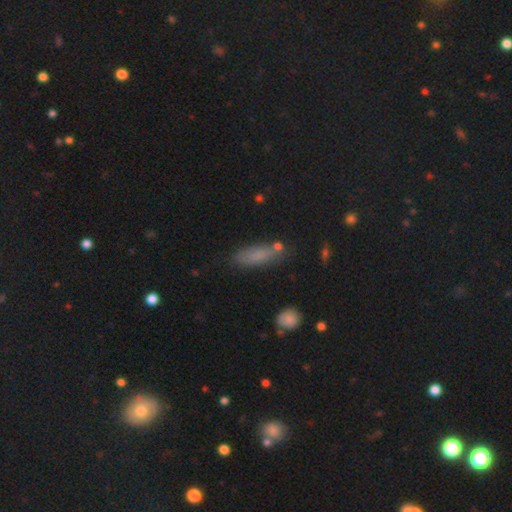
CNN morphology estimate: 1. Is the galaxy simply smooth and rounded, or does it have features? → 79% smooth, 13% featured or disk, 9% star or artifact.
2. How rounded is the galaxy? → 52% in between, 45% cigar-shaped, 3% round.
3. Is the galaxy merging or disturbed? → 65% none, 21% minor disturbance, 7% merger, 6% major disturbance.